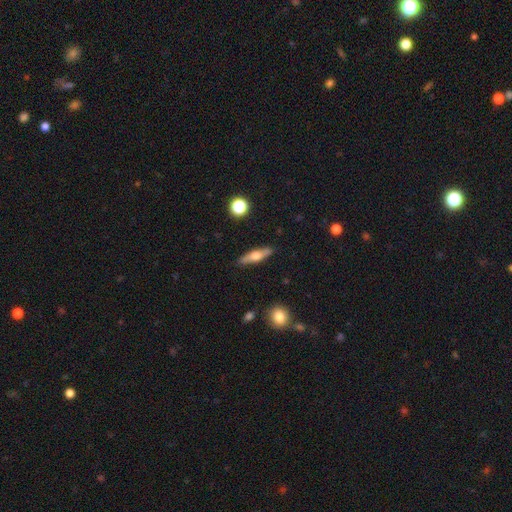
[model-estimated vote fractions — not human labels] smooth-or-featured: smooth: 51% | featured or disk: 42% | star or artifact: 7%
  how-rounded: cigar-shaped: 67% | in between: 30% | round: 4%
  merging: none: 87% | minor disturbance: 10% | major disturbance: 2% | merger: 2%